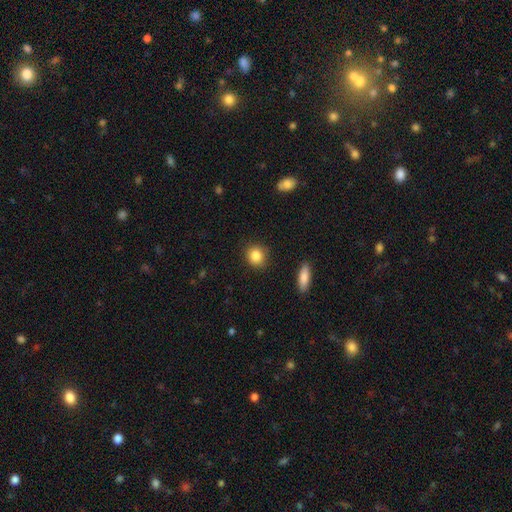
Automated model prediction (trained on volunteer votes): Q: Smooth or featured?
A: smooth (86%); runner-up: star or artifact (9%)
Q: How rounded?
A: round (79%); runner-up: in between (20%)
Q: Merging?
A: none (88%); runner-up: minor disturbance (8%)